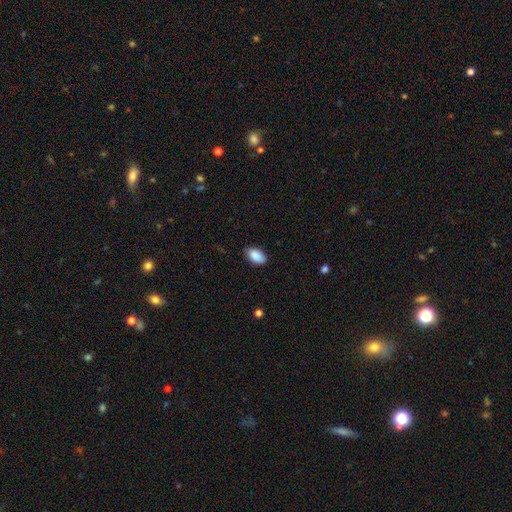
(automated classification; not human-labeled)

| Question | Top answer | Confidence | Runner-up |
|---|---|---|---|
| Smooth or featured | smooth | 89% | star or artifact (7%) |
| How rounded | in between | 94% | round (5%) |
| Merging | none | 83% | minor disturbance (13%) |